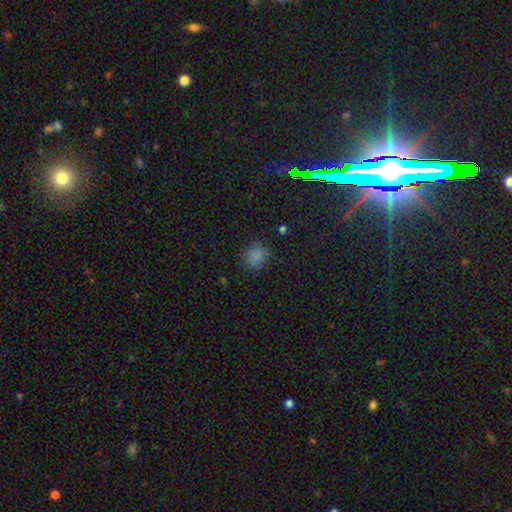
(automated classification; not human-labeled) smooth-or-featured: smooth: 79% | star or artifact: 16% | featured or disk: 5%
  how-rounded: round: 65% | in between: 34% | cigar-shaped: 1%
  merging: none: 78% | minor disturbance: 15% | major disturbance: 5% | merger: 2%